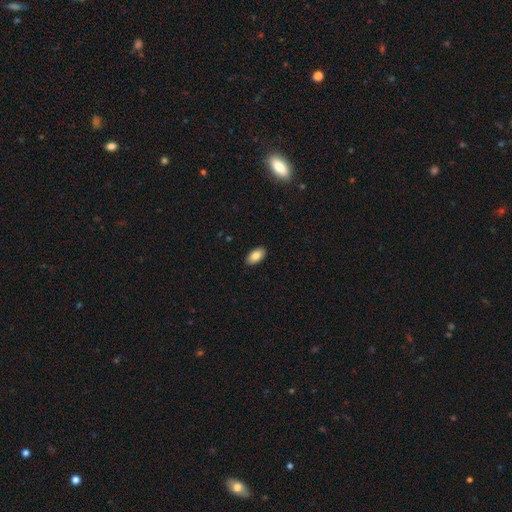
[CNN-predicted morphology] The model was most divided on "smooth or featured": smooth: 84%, featured or disk: 9%, star or artifact: 7%. More confident: how rounded — in between (95%); merging — none (90%).